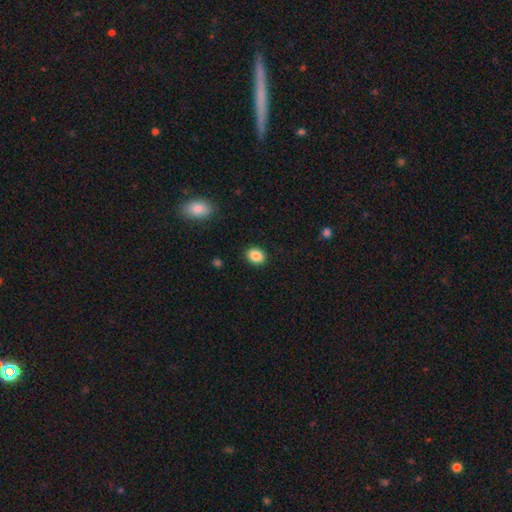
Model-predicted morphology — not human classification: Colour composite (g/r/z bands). It shows a smooth galaxy with no disk features (87%) that is in between round and cigar-shaped (52%). Merging: none (90%).